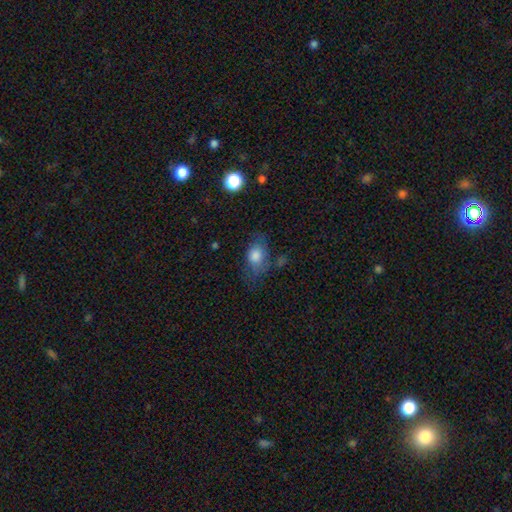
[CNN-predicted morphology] A smooth galaxy with no disk features (72%) that is in between round and cigar-shaped (76%). Merging: none (51%).